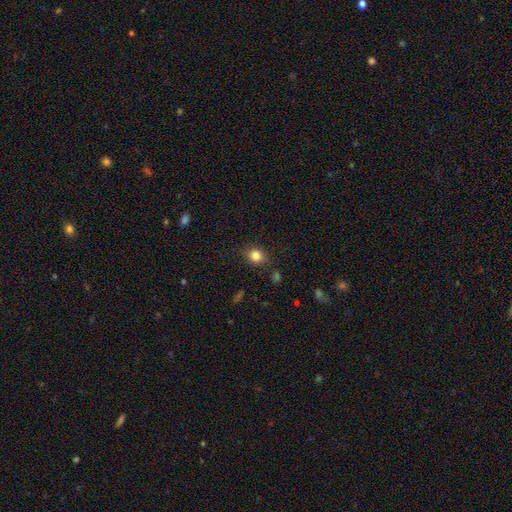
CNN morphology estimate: A smooth galaxy with no disk features (82%) that is round (66%). Merging: none (80%).